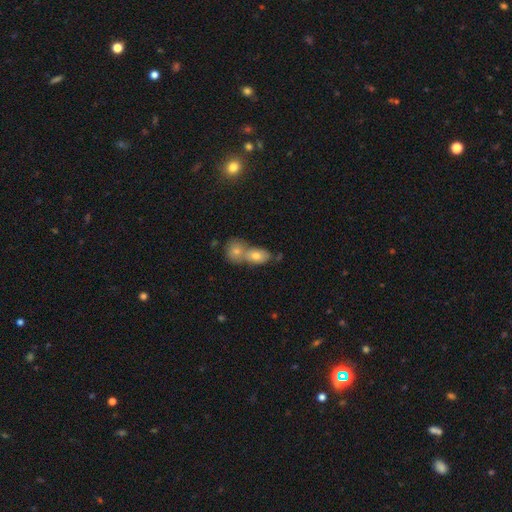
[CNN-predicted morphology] Smooth or featured: smooth — 67% (featured or disk — 20%)
How rounded: in between — 76% (round — 20%)
Merging: merger — 57% (none — 32%)